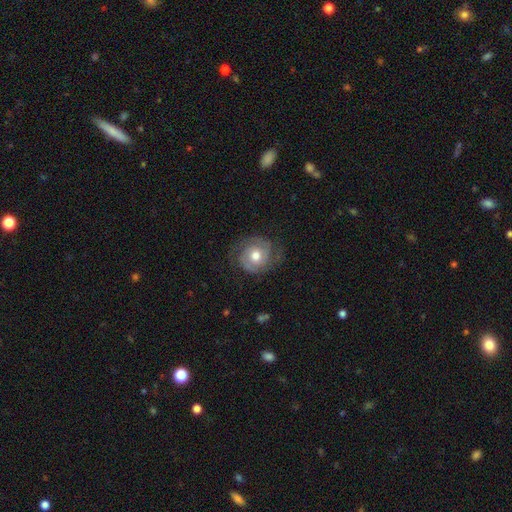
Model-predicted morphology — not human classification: Q: Smooth or featured?
A: featured or disk (68%); runner-up: smooth (25%)
Q: Edge-on disk?
A: no (97%); runner-up: yes (3%)
Q: Bar?
A: no (75%); runner-up: weak (21%)
Q: Spiral arms?
A: yes (88%); runner-up: no (12%)
Q: Spiral winding?
A: tight (49%); runner-up: medium (37%)
Q: Spiral arm count?
A: 2 (74%); runner-up: can't tell (13%)
Q: Bulge size?
A: moderate (76%); runner-up: large (12%)
Q: Merging?
A: none (71%); runner-up: minor disturbance (18%)